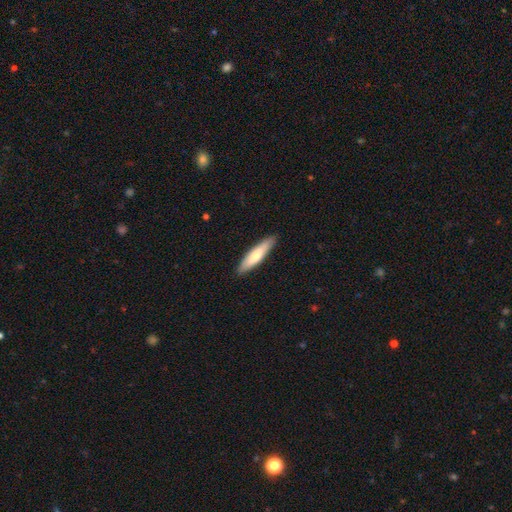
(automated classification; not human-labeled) Smooth or featured: smooth — 66% (featured or disk — 29%)
How rounded: cigar-shaped — 77% (in between — 22%)
Merging: none — 89% (minor disturbance — 8%)